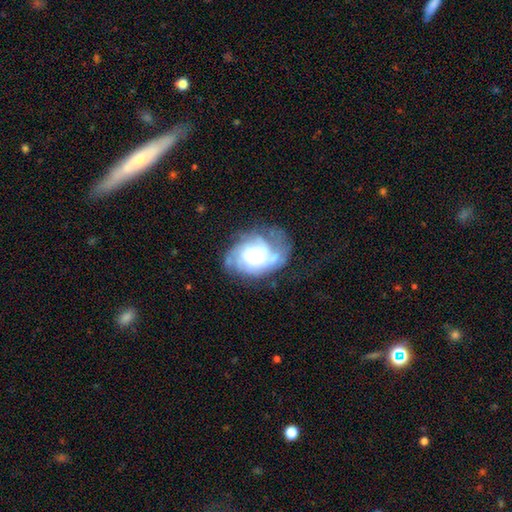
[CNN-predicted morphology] Smooth or featured: featured or disk — 72% (smooth — 20%)
Edge-on disk: no — 97% (yes — 3%)
Bar: no — 74% (weak — 21%)
Spiral arms: yes — 87% (no — 13%)
Spiral winding: tight — 47% (medium — 37%)
Spiral arm count: can't tell — 41% (3 — 19%)
Bulge size: moderate — 46% (large — 33%)
Merging: none — 55% (minor disturbance — 23%)